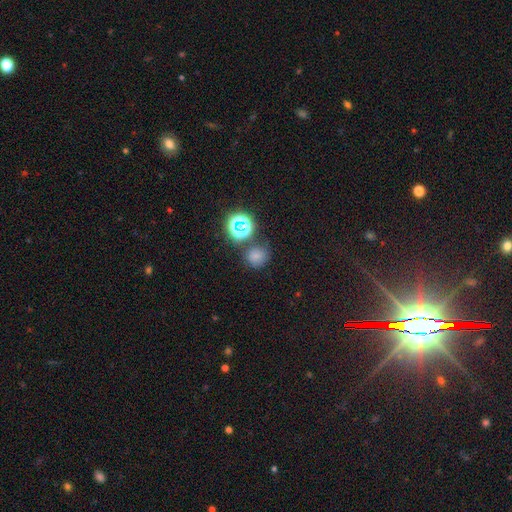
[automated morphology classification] Q: Smooth or featured?
A: smooth (67%); runner-up: star or artifact (25%)
Q: How rounded?
A: round (83%); runner-up: in between (16%)
Q: Merging?
A: none (70%); runner-up: minor disturbance (14%)